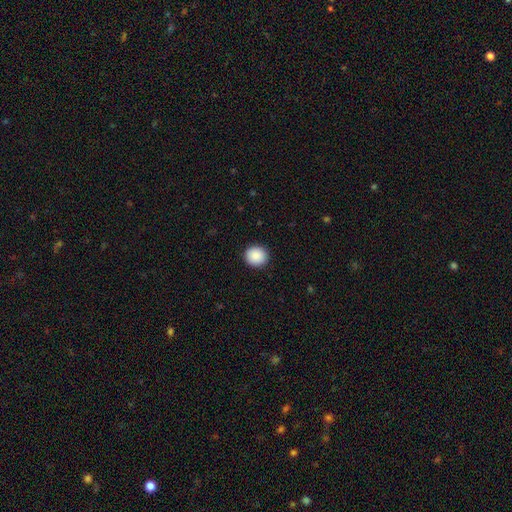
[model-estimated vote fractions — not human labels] smooth 89%, star or artifact 8%, featured or disk 3%. Down the decision tree: how rounded — round (87%); merging — none (92%).